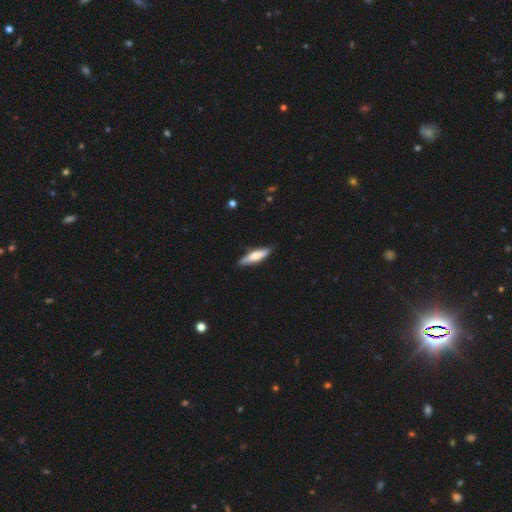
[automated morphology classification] Smooth or featured? Predicted: smooth (p=0.63). How rounded? Predicted: cigar-shaped (p=0.74). Merging? Predicted: none (p=0.85).